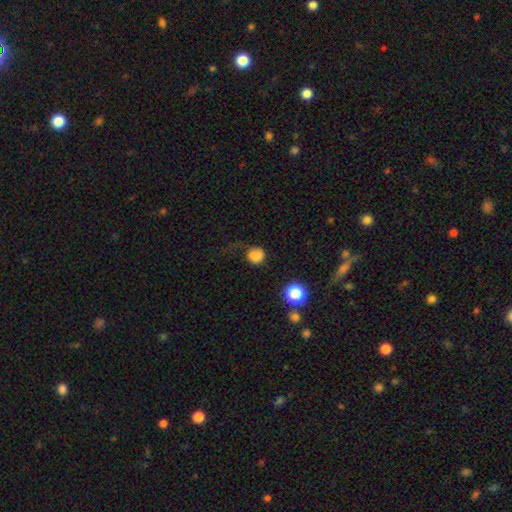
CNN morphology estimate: A smooth galaxy with no disk features (76%) that is round (76%).

Vote fractions:
- Smooth or featured? smooth: 76% / star or artifact: 13% / featured or disk: 11%
- How rounded? round: 76% / in between: 23% / cigar-shaped: 1%
- Merging? none: 39% / major disturbance: 29% / minor disturbance: 25% / merger: 8%